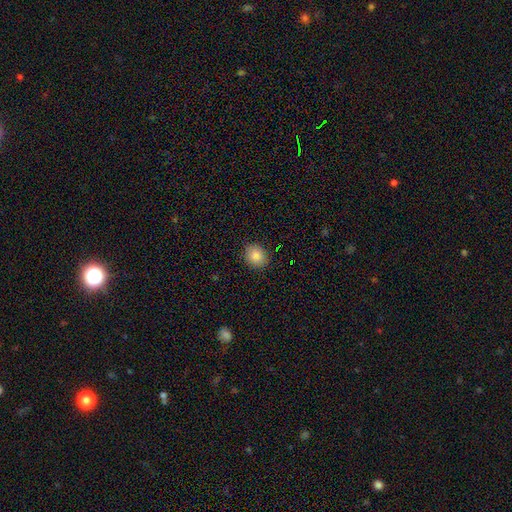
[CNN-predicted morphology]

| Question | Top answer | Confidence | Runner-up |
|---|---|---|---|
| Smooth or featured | smooth | 85% | star or artifact (9%) |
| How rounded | round | 57% | in between (42%) |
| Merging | none | 89% | minor disturbance (8%) |